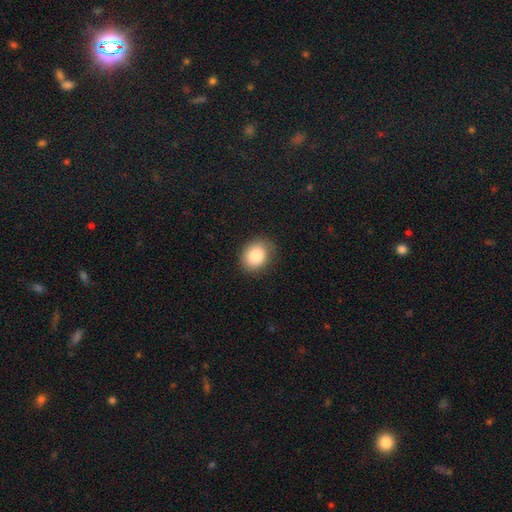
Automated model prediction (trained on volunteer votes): This is clearly a smooth galaxy (86%). How rounded: possibly round (57%). Merging: likely none (78%).